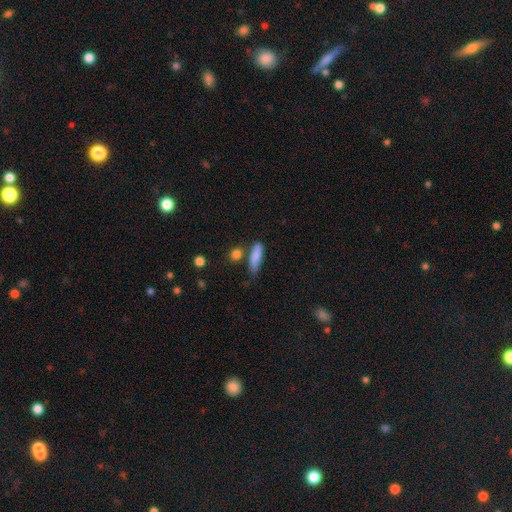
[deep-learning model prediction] Smooth or featured? Predicted: smooth (p=0.82). How rounded? Predicted: cigar-shaped (p=0.56). Merging? Predicted: none (p=0.58).